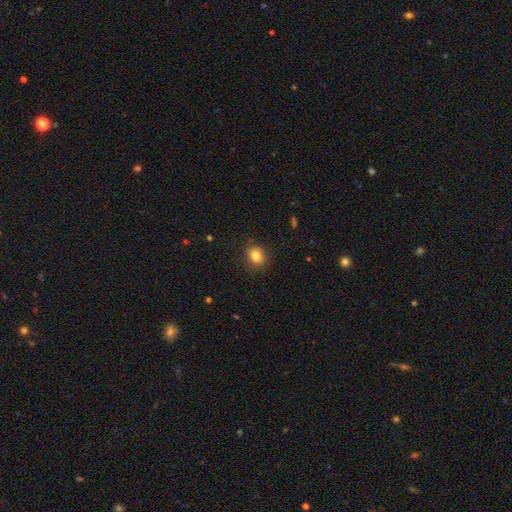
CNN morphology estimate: type=smooth (83%); roundness=round (62%); merging=none (86%).